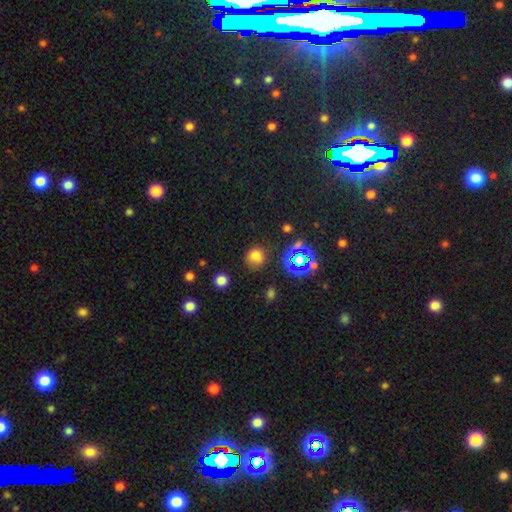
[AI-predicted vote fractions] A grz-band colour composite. It shows a smooth galaxy with no disk features (69%) that is round (79%). Merging: none (73%).